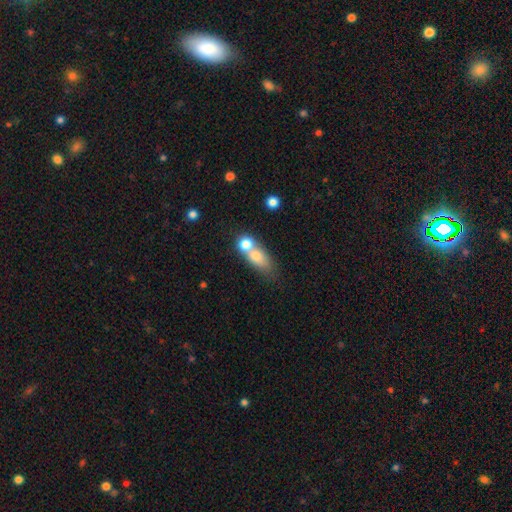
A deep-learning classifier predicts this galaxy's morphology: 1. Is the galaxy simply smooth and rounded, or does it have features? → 70% smooth, 21% featured or disk, 9% star or artifact.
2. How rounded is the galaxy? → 60% in between, 27% round, 13% cigar-shaped.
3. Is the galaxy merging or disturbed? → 63% merger, 24% none, 8% minor disturbance, 5% major disturbance.